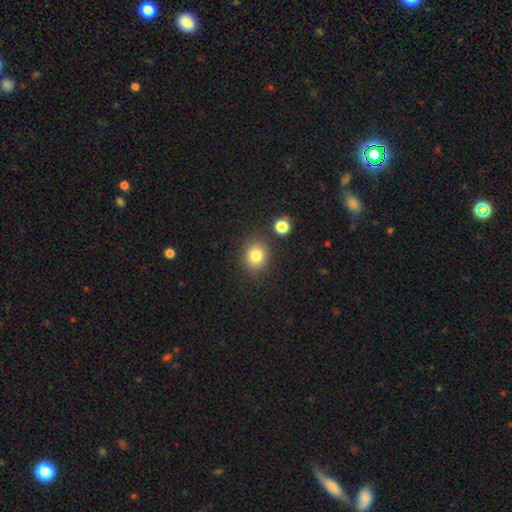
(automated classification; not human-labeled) Morphology: type=smooth (81%); roundness=round (74%); merging=none (84%).